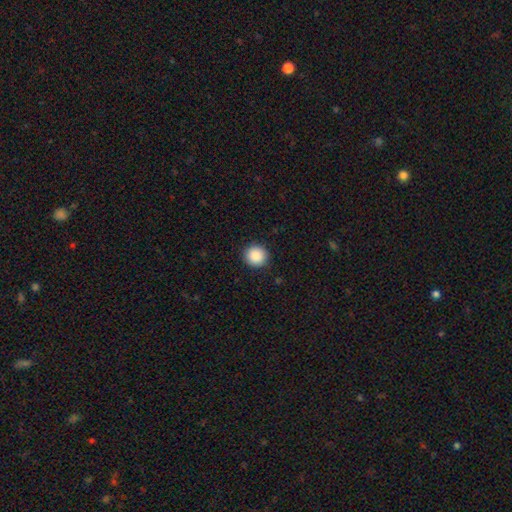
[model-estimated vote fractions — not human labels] smooth-or-featured: smooth: 89% | star or artifact: 8% | featured or disk: 3%
  how-rounded: round: 93% | in between: 6% | cigar-shaped: 1%
  merging: none: 91% | minor disturbance: 6% | major disturbance: 2% | merger: 1%